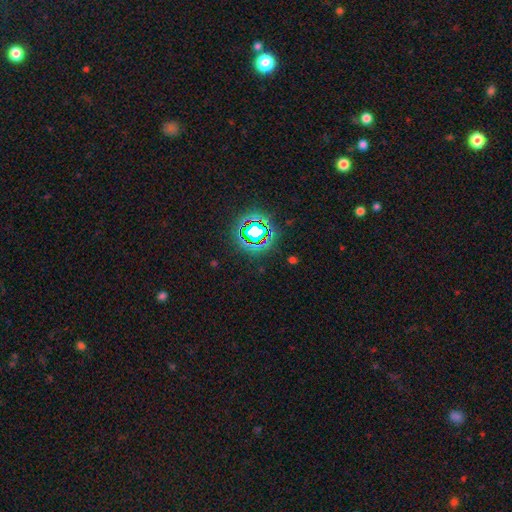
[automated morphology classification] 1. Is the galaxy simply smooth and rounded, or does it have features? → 78% star or artifact, 13% smooth, 9% featured or disk.